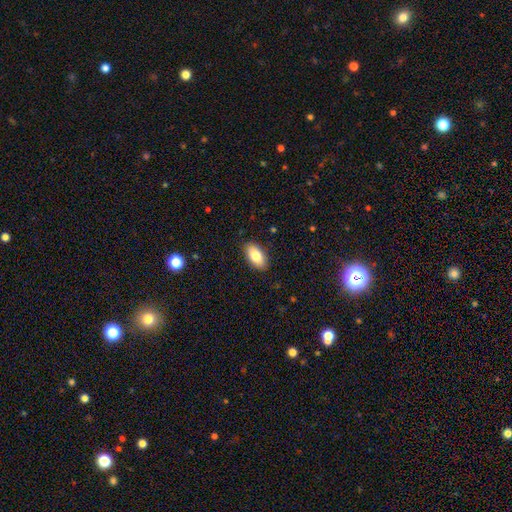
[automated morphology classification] This appears to be a smooth galaxy with no disk features (82%) that is in between round and cigar-shaped (93%). Merging: none (88%).